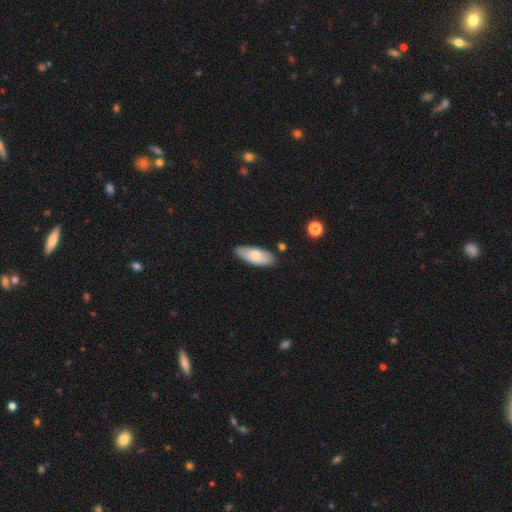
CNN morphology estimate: This is likely a smooth galaxy (74%). How rounded: likely in between (78%). Merging: clearly none (80%).